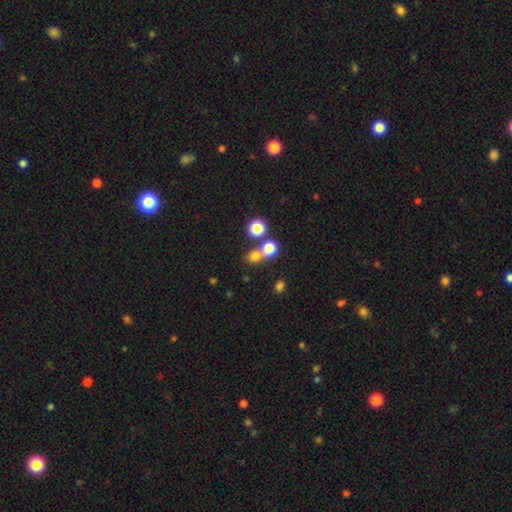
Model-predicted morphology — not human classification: A smooth galaxy with no disk features (71%) that is round (82%). Merging: none (50%).